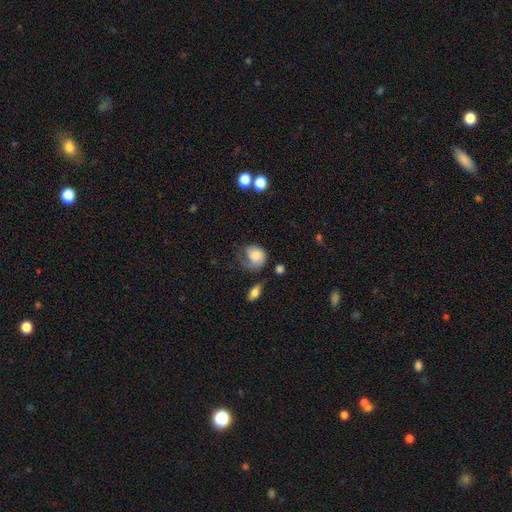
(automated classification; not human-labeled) smooth 67%, featured or disk 26%, star or artifact 7%. Down the decision tree: how rounded — round (60%); merging — major disturbance (36%).